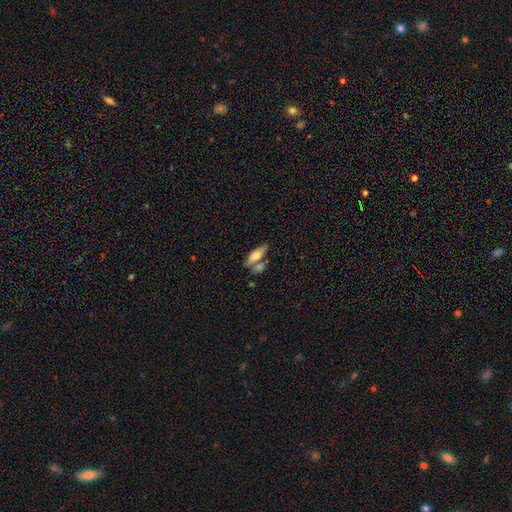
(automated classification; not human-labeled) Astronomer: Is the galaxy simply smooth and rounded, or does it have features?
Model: smooth — 63%.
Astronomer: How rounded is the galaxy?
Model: in between — 55% (runner-up: cigar-shaped, 42%).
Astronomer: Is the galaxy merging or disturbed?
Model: none — 53% (runner-up: merger, 30%).